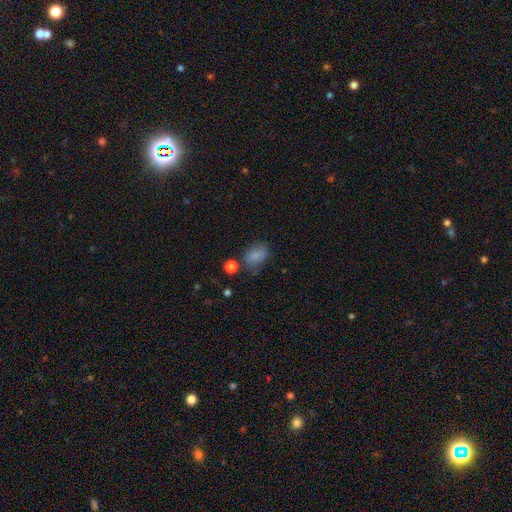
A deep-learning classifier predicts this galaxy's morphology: smooth 82%, star or artifact 11%, featured or disk 7%. Down the decision tree: how rounded — in between (75%); merging — none (60%).